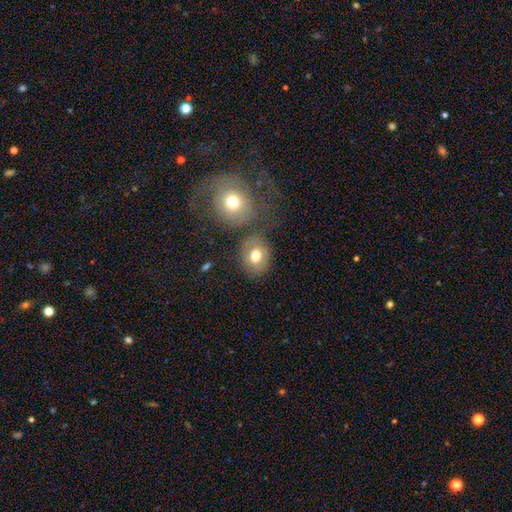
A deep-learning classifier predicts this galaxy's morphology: This is likely a smooth galaxy (71%). How rounded: possibly round (57%). Merging: likely none (68%).